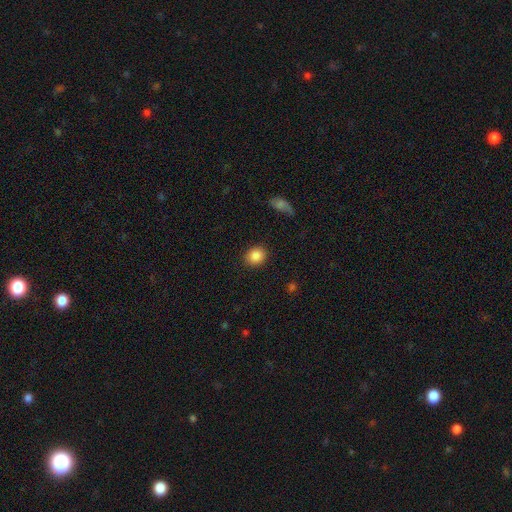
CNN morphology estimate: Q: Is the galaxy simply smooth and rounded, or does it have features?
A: smooth — 87%.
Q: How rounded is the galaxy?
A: round — 66%.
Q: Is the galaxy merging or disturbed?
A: none — 88%.